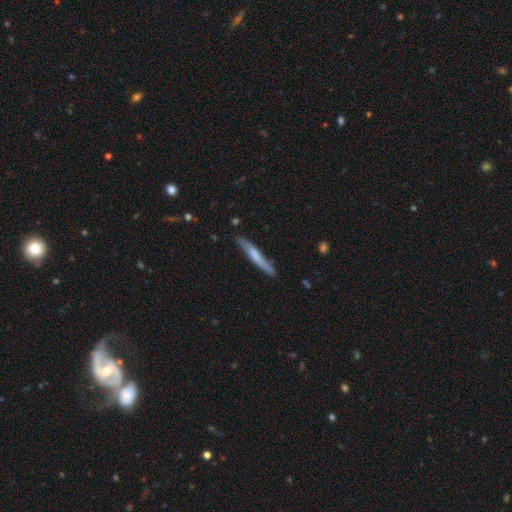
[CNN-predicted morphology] Smooth or featured?
  - smooth: 58% *
  - featured or disk: 36%
  - star or artifact: 5%
How rounded?
  - cigar-shaped: 95% *
  - in between: 4%
  - round: 1%
Merging?
  - none: 79% *
  - minor disturbance: 16%
  - major disturbance: 3%
  - merger: 2%